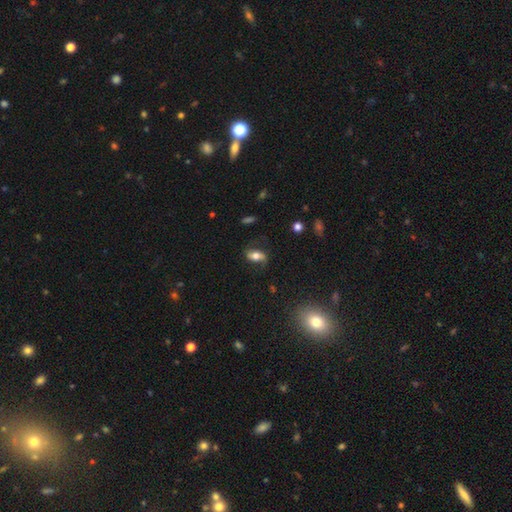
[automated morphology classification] type=smooth (48%); merging=none (68%).